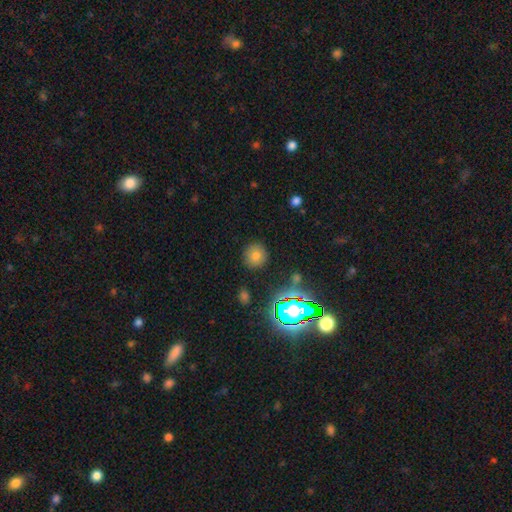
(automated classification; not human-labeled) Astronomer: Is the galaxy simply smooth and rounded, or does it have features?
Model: smooth — 72%.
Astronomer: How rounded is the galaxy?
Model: round — 90%.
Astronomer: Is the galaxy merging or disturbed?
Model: none — 87%.